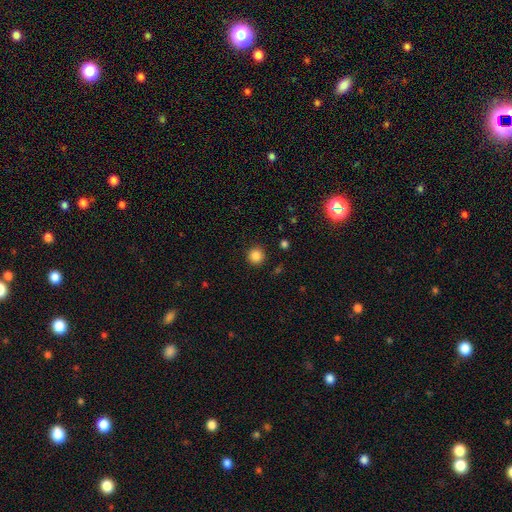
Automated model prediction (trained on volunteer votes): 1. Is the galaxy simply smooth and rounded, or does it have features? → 85% smooth, 11% star or artifact, 4% featured or disk.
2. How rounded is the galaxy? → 95% round, 4% in between, 1% cigar-shaped.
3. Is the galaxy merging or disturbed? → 92% none, 5% minor disturbance, 2% major disturbance, 1% merger.